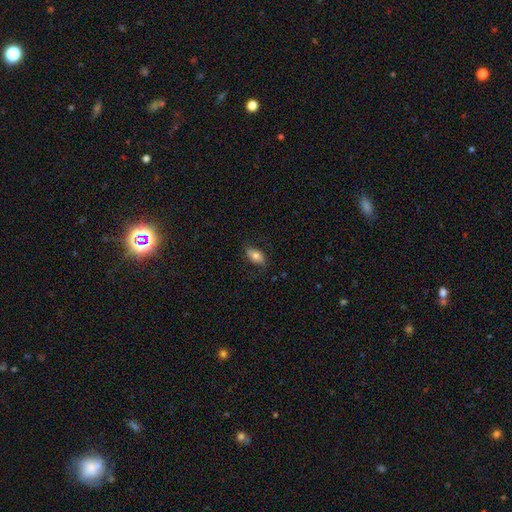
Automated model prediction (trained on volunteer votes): A smooth galaxy with no disk features (71%) that is in between round and cigar-shaped (90%).

Vote fractions:
- Smooth or featured? smooth: 71% / featured or disk: 22% / star or artifact: 7%
- How rounded? in between: 90% / round: 7% / cigar-shaped: 4%
- Merging? none: 76% / minor disturbance: 17% / major disturbance: 5% / merger: 1%